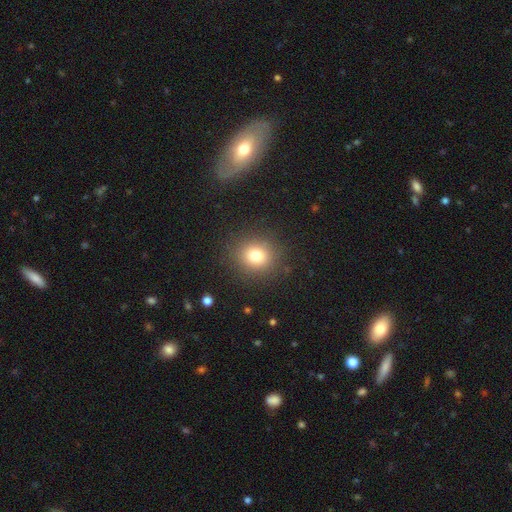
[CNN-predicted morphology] smooth_or_featured: smooth (p=0.78) [alt: star or artifact p=0.14]
how_rounded: round (p=0.83) [alt: in between p=0.16]
merging: none (p=0.88) [alt: minor disturbance p=0.07]